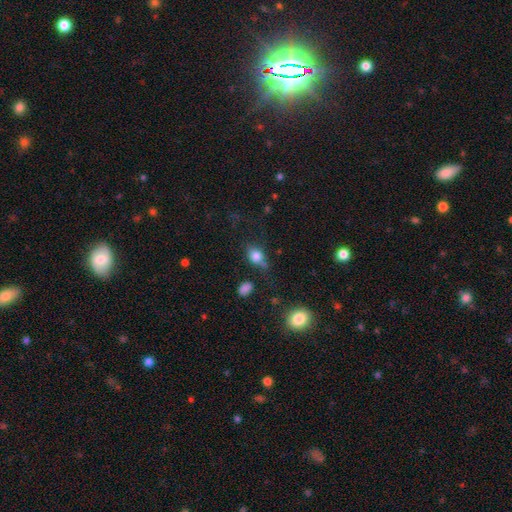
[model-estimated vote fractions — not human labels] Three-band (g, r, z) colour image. It shows a smooth galaxy with no disk features (78%) that is in between round and cigar-shaped (52%). Merging: none (59%).